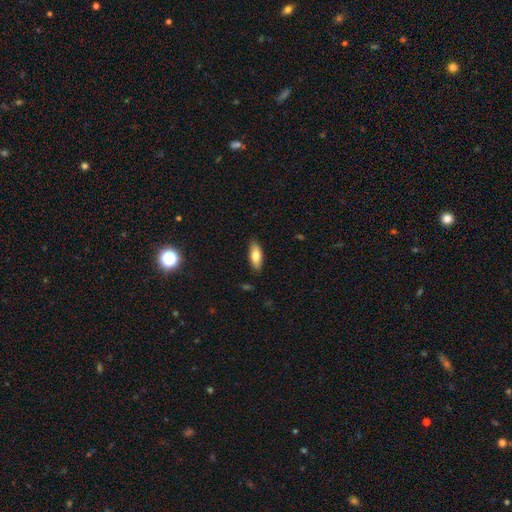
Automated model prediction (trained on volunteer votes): Smooth or featured?
  - smooth: 78% *
  - featured or disk: 16%
  - star or artifact: 6%
How rounded?
  - in between: 75% *
  - cigar-shaped: 22%
  - round: 2%
Merging?
  - none: 86% *
  - minor disturbance: 11%
  - major disturbance: 2%
  - merger: 1%